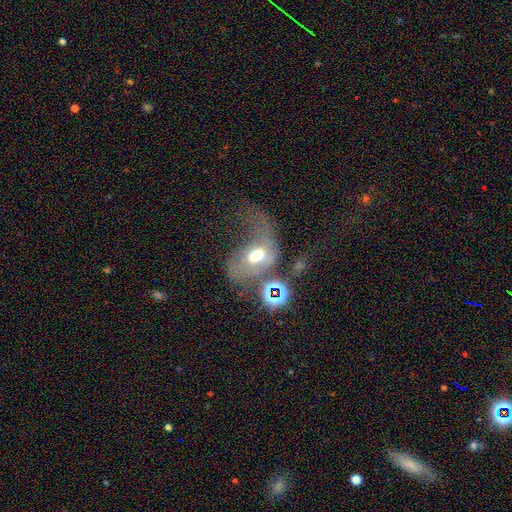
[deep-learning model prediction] Smooth or featured?
  - smooth: 42% * (tied)
  - featured or disk: 42% * (tied)
  - star or artifact: 15%
Merging?
  - major disturbance: 47% *
  - none: 19%
  - merger: 18%
  - minor disturbance: 16%